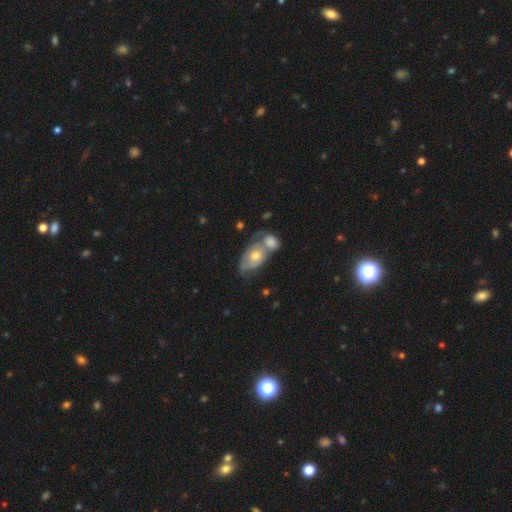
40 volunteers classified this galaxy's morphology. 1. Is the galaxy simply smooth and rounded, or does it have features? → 52% smooth, 40% featured or disk, 8% star or artifact.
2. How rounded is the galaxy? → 76% in between, 24% round, 0% cigar-shaped.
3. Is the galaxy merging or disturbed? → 70% merger, 16% none, 8% major disturbance, 5% minor disturbance.